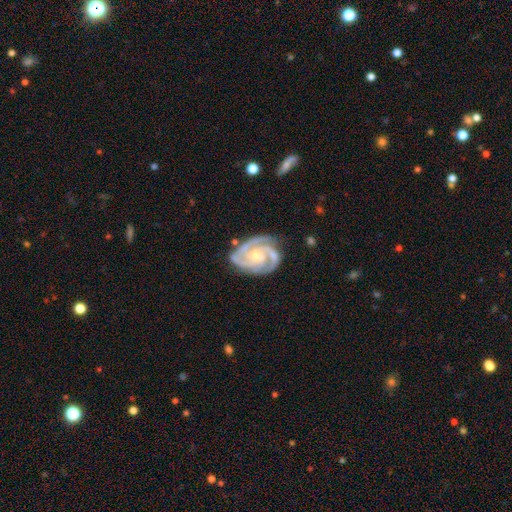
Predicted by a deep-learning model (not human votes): This is clearly a featured or disk galaxy (92%). It is clearly not viewed edge-on (98%). Bar: likely no (64%). Spiral arm pattern: clearly yes (99%). Spiral arm count: likely 3 (60%). Spiral winding: likely tight (68%). Central bulge: possibly small (57%). Merging: likely none (75%).